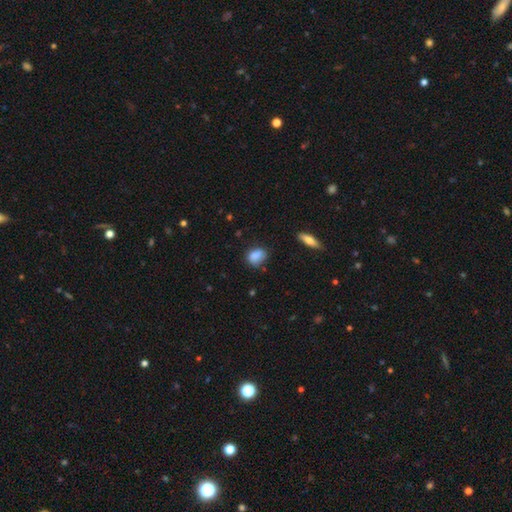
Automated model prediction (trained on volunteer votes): This appears to be a smooth galaxy with no disk features (83%) that is in between round and cigar-shaped (68%). Merging: none (65%).